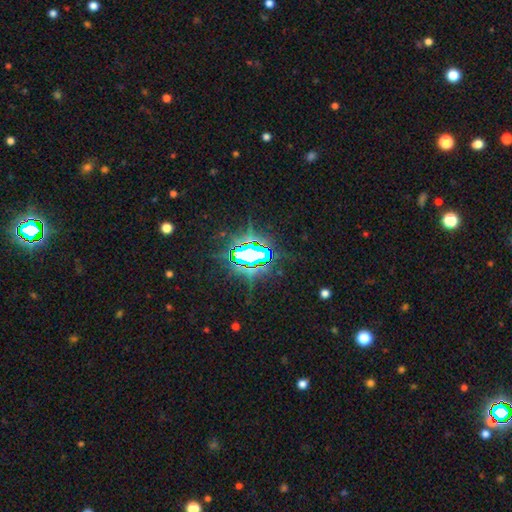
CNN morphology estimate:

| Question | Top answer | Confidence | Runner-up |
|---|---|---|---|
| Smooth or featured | star or artifact | 83% | smooth (10%) |